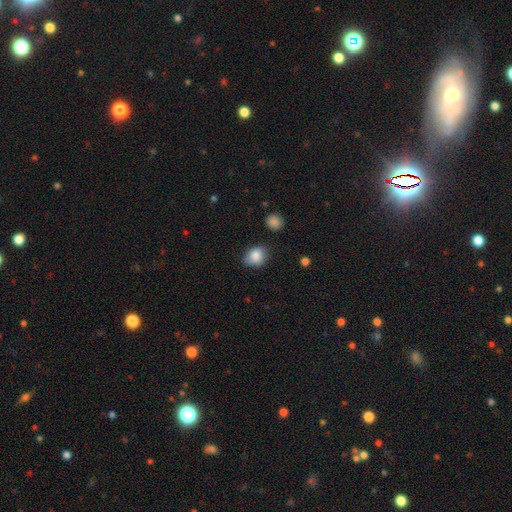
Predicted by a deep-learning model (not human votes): A smooth galaxy with no disk features (84%) that is in between round and cigar-shaped (56%).

Vote fractions:
- Smooth or featured? smooth: 84% / star or artifact: 8% / featured or disk: 8%
- How rounded? in between: 56% / round: 43% / cigar-shaped: 1%
- Merging? none: 67% / minor disturbance: 25% / major disturbance: 5% / merger: 3%